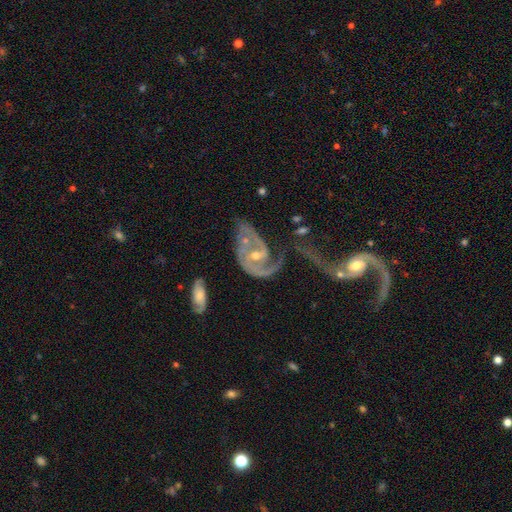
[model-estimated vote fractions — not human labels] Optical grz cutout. It shows a featured or disk galaxy (87%) with no bar (54%), 2 (56%) medium (41%) spiral arms (91%) and a small central bulge (53%). Merging: major disturbance (37%).